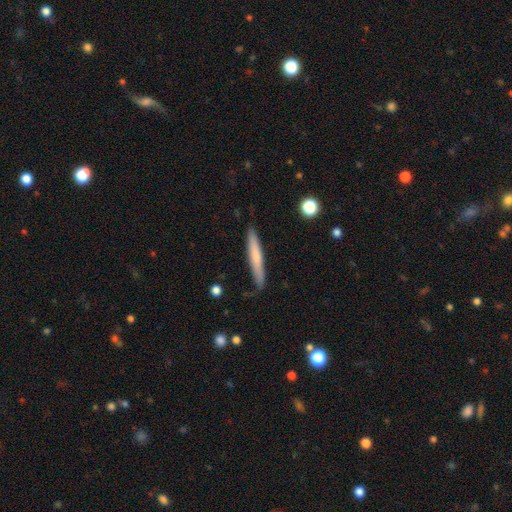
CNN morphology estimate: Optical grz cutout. It shows a smooth galaxy with no disk features (65%) that is cigar-shaped (95%). Merging: none (84%).